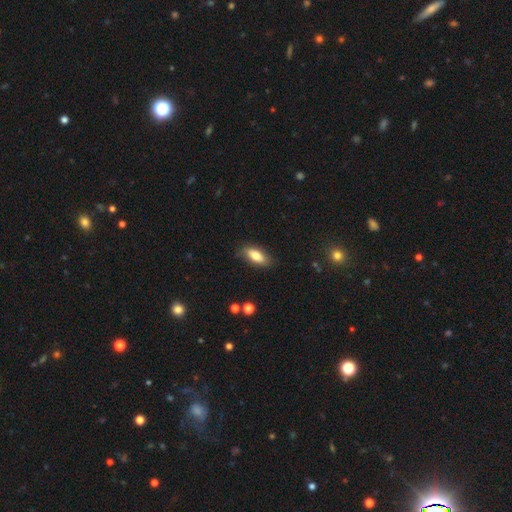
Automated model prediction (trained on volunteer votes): smooth-or-featured: smooth: 76% | featured or disk: 17% | star or artifact: 7%
  how-rounded: in between: 79% | cigar-shaped: 18% | round: 3%
  merging: none: 82% | minor disturbance: 14% | major disturbance: 3% | merger: 1%